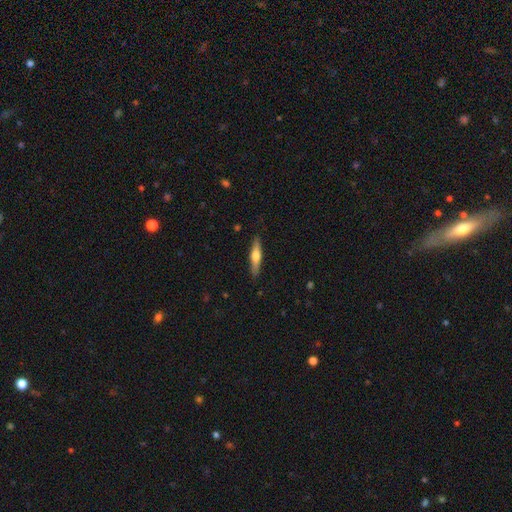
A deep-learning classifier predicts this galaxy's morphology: Smooth or featured? smooth (48%)
Merging? none (88%)